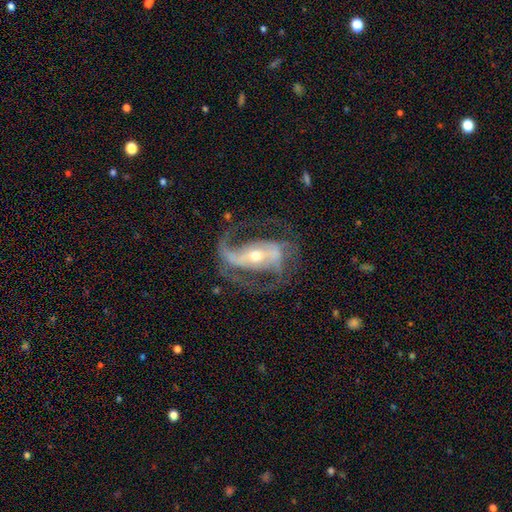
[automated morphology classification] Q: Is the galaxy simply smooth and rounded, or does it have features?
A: featured or disk — 90%.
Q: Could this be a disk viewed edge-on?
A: no — 96%.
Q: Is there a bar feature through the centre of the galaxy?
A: strong — 55%.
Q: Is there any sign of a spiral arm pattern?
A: yes — 95%.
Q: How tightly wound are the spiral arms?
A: medium — 52%.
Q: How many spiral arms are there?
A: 2 — 81%.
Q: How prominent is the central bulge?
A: moderate — 51%.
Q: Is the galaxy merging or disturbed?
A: none — 64%.